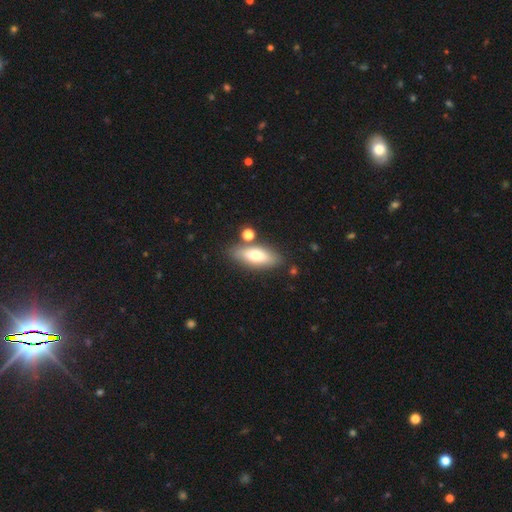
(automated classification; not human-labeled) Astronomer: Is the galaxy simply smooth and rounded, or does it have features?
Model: smooth — 66%.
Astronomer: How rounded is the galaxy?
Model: in between — 69%.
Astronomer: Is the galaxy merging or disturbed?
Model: none — 76%.